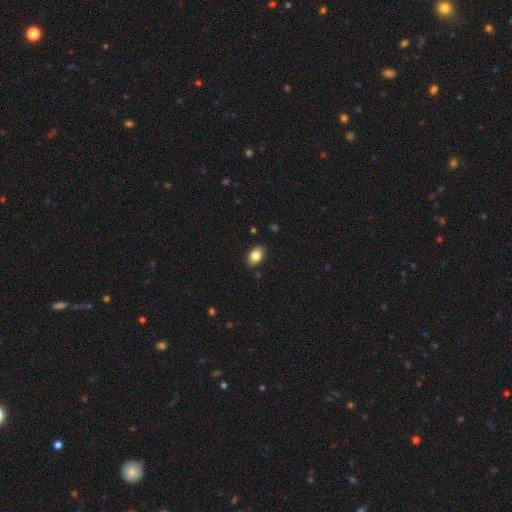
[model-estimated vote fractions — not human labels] A smooth galaxy with no disk features (84%) that is in between round and cigar-shaped (83%). Merging: none (87%).